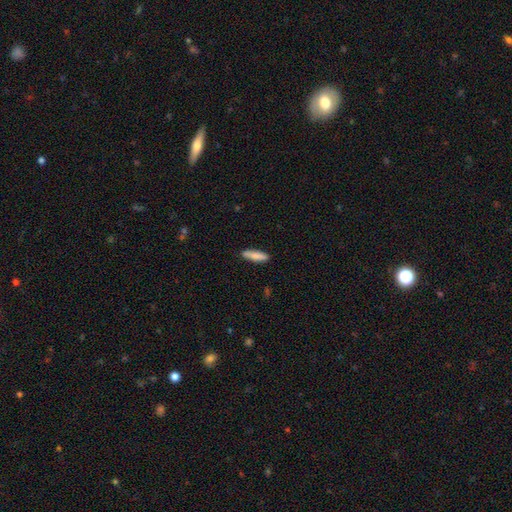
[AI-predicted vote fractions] This is clearly a smooth galaxy (84%). How rounded: likely cigar-shaped (72%). Merging: clearly none (88%).